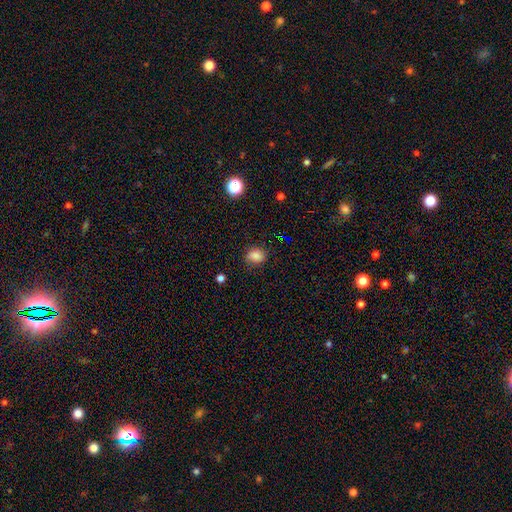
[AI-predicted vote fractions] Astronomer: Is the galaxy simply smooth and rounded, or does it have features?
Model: smooth — 83%.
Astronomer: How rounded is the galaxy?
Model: round — 57% (runner-up: in between, 42%).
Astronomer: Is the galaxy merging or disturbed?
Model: none — 80%.